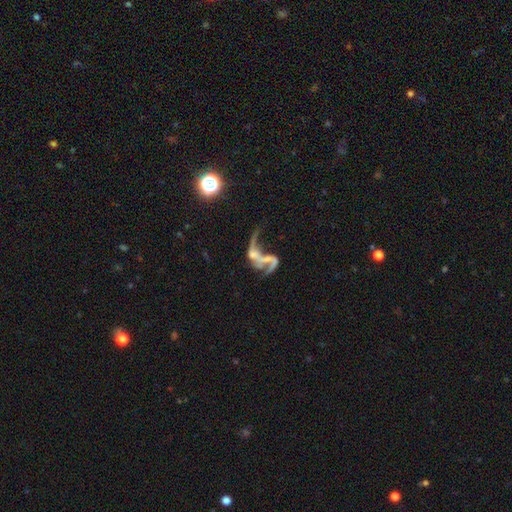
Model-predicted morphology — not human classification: Smooth or featured? featured or disk (76%)
Edge-on disk? no (96%)
Bar? no (55%)
Spiral arms? yes (75%)
Spiral winding? loose (86%)
Spiral arm count? 2 (65%)
Bulge size? none (51%)
Merging? major disturbance (41%)